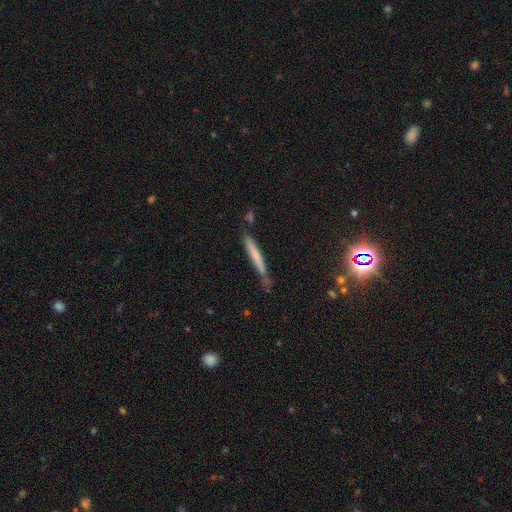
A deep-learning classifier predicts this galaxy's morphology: A smooth galaxy with no disk features (65%) that is cigar-shaped (96%). Merging: none (68%).